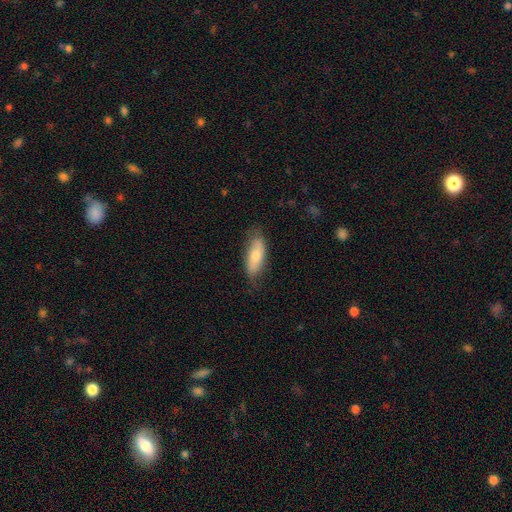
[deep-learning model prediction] This appears to be a smooth galaxy with no disk features (64%) that is in between round and cigar-shaped (74%). Merging: none (72%).